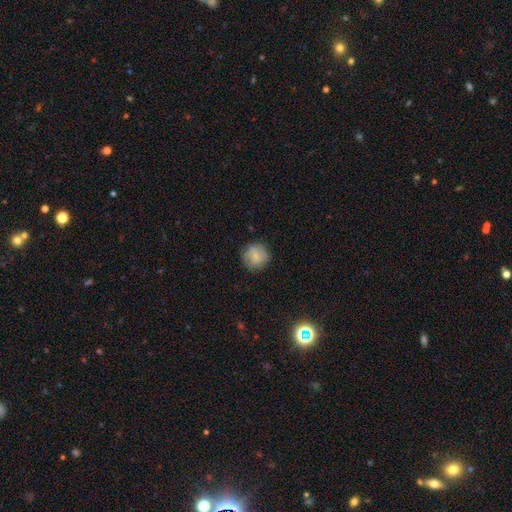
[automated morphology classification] This is likely a smooth galaxy (72%). How rounded: clearly round (92%). Merging: clearly none (83%).